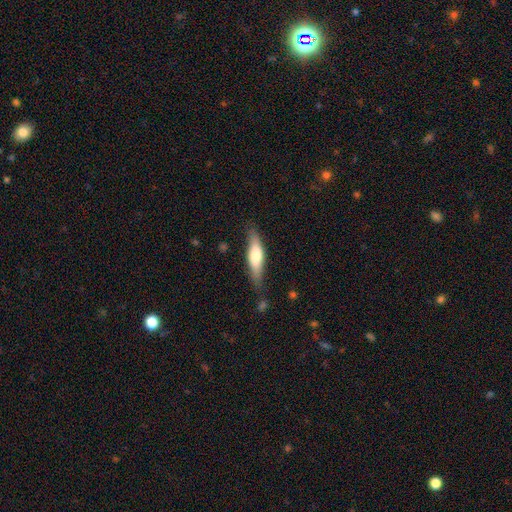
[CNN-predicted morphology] A smooth galaxy with no disk features (57%) that is cigar-shaped (66%). Merging: none (76%).